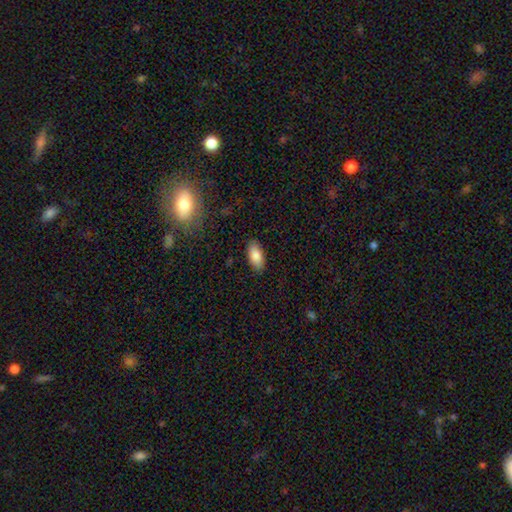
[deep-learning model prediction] Smooth or featured: smooth — 86% (featured or disk — 7%)
How rounded: in between — 92% (cigar-shaped — 6%)
Merging: none — 88% (minor disturbance — 9%)